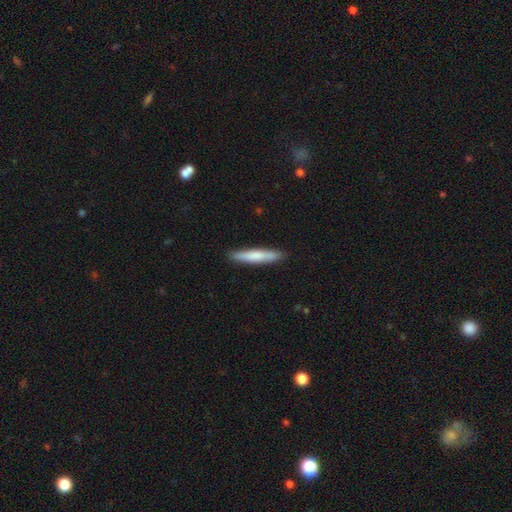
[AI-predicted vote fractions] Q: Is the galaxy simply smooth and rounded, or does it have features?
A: smooth — 73%.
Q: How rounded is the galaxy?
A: cigar-shaped — 92%.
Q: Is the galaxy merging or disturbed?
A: none — 90%.